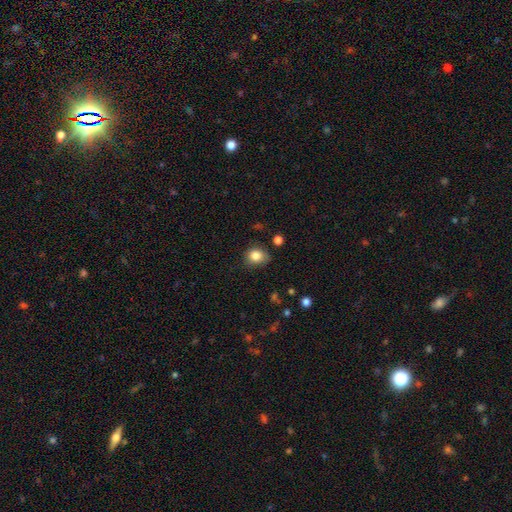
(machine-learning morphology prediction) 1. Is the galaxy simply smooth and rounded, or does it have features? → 84% smooth, 10% star or artifact, 6% featured or disk.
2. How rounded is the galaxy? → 64% round, 35% in between, 1% cigar-shaped.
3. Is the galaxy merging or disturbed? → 70% none, 22% minor disturbance, 5% major disturbance, 2% merger.